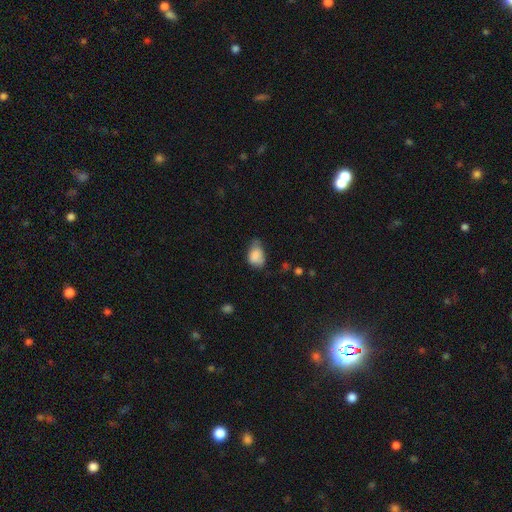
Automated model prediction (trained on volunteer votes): The model was most divided on "merging": minor disturbance: 46%, none: 36%, major disturbance: 15%, merger: 3%. More confident: smooth or featured — smooth (83%); how rounded — in between (79%).